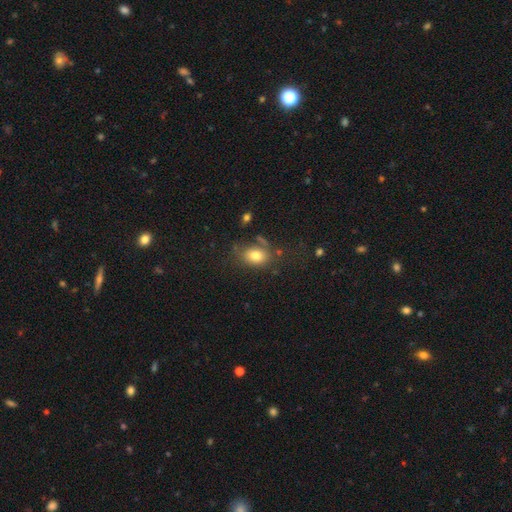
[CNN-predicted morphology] Smooth or featured? smooth (79%)
How rounded? in between (72%)
Merging? none (64%)